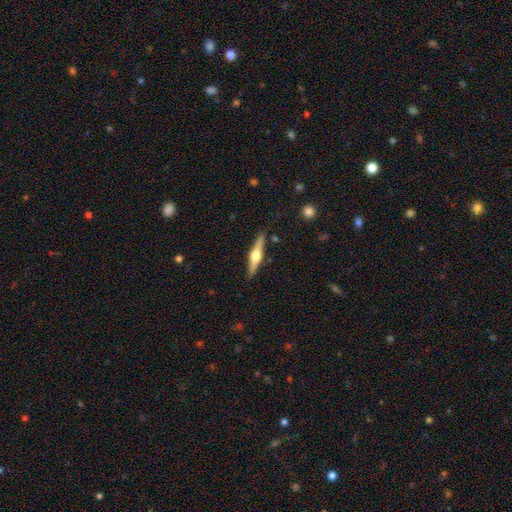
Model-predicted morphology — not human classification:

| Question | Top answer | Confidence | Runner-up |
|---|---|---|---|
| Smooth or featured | featured or disk | 70% | smooth (25%) |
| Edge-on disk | yes | 97% | no (3%) |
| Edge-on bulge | rounded | 94% | boxy (4%) |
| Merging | none | 88% | minor disturbance (9%) |